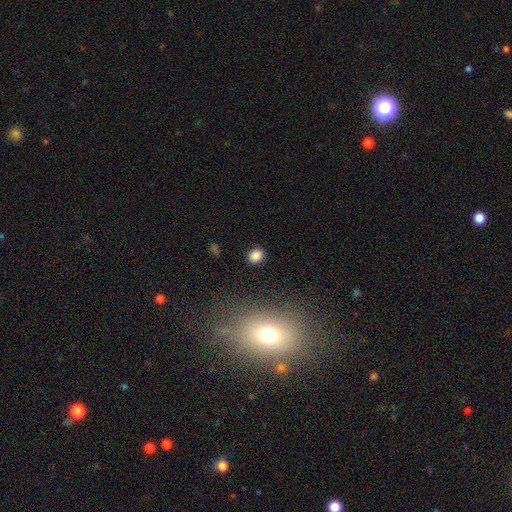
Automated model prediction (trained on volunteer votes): A smooth galaxy with no disk features (85%) that is round (59%). Merging: none (88%).